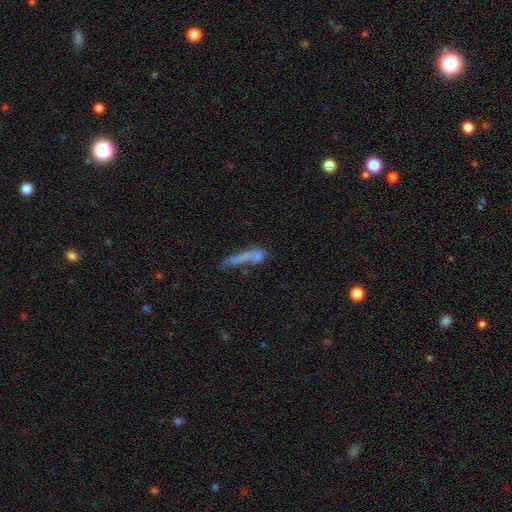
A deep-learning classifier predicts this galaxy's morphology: Smooth or featured? Predicted: smooth (p=0.58). How rounded? Predicted: cigar-shaped (p=0.83). Merging? Predicted: none (p=0.39).